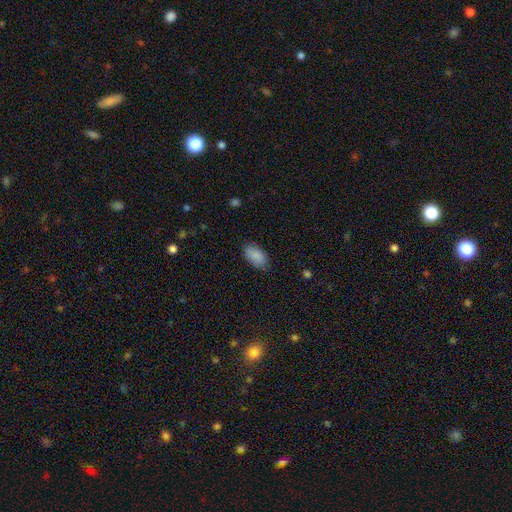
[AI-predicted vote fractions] smooth 88%, star or artifact 7%, featured or disk 5%. Down the decision tree: how rounded — in between (94%); merging — none (80%).